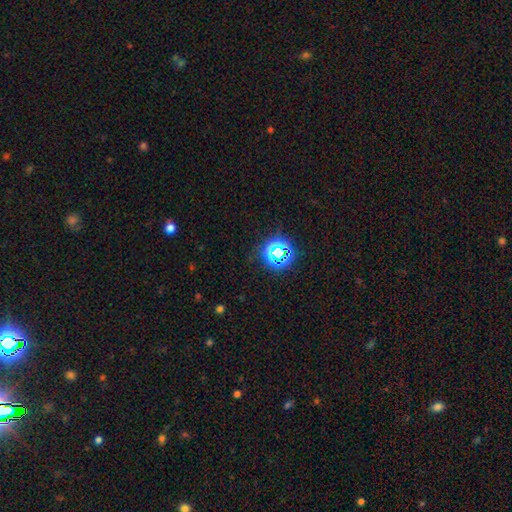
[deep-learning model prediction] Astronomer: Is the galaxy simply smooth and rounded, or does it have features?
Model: star or artifact — 70%.